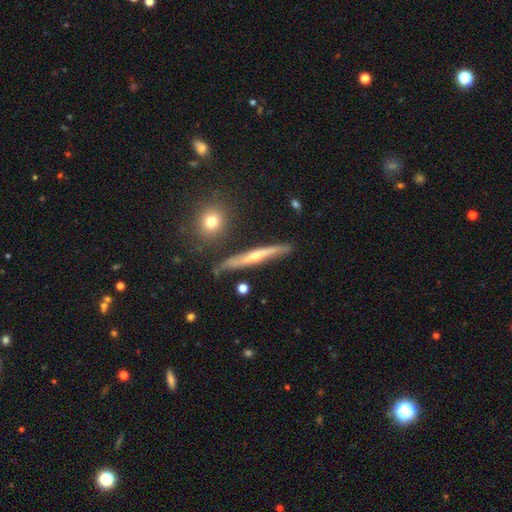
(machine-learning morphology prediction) featured or disk 69%, smooth 24%, star or artifact 7%. Down the decision tree: edge-on disk — yes (92%); edge-on bulge — rounded (71%); merging — none (79%).